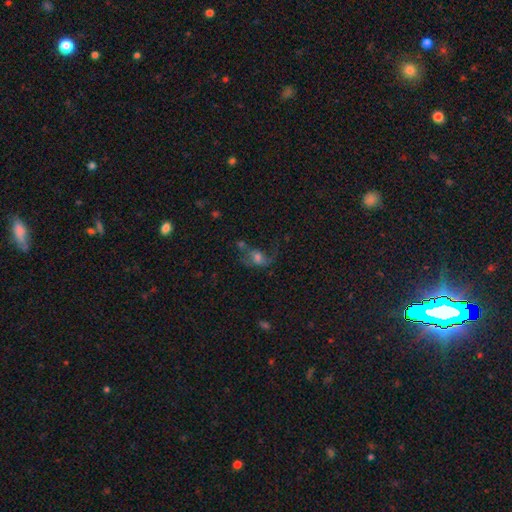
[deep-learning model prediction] Smooth or featured?
  - featured or disk: 39% *
  - smooth: 36%
  - star or artifact: 25%
Merging?
  - none: 39% *
  - major disturbance: 30%
  - minor disturbance: 19%
  - merger: 12%